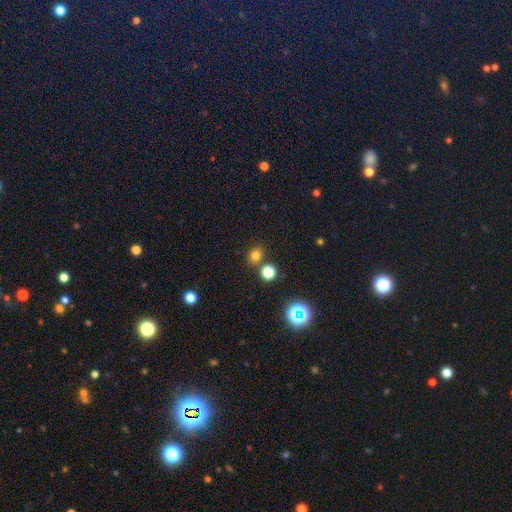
A smooth galaxy with no disk features (82%) that is round (82%). Merging: none (72%).